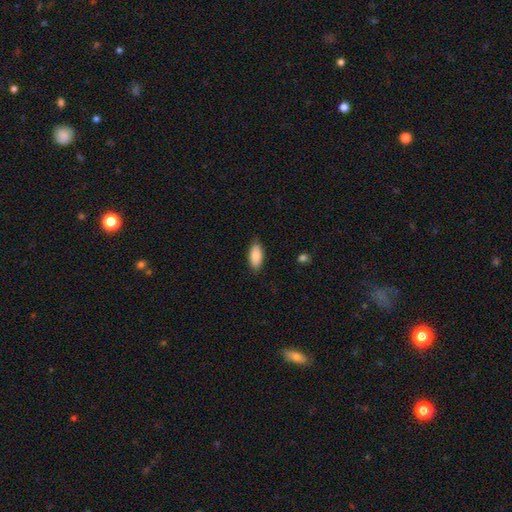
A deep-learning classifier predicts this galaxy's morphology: type=smooth (85%); roundness=in between (89%); merging=none (82%).